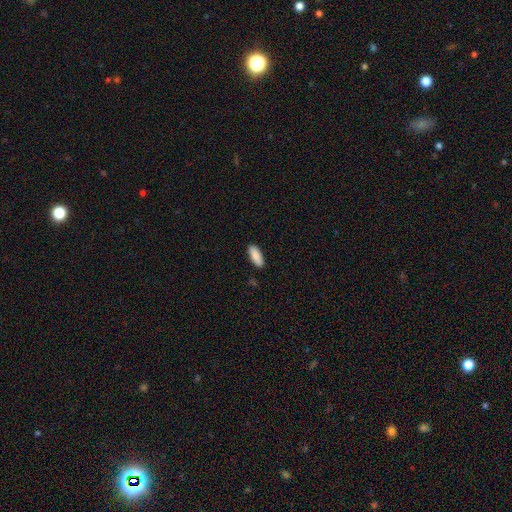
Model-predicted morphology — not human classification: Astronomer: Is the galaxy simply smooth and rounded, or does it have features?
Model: smooth — 89%.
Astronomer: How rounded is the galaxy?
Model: in between — 76%.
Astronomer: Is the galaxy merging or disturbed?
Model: none — 89%.